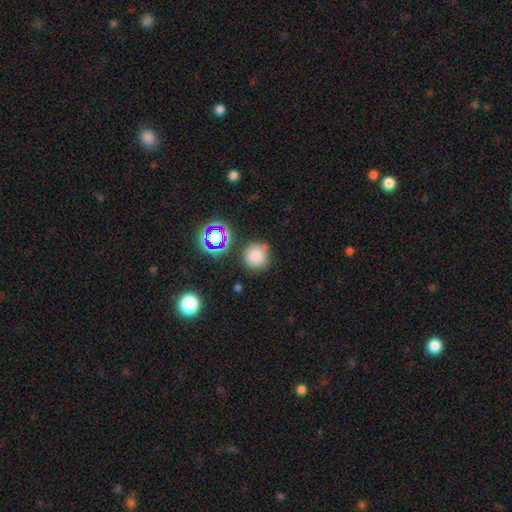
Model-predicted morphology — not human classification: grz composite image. It shows a smooth galaxy with no disk features (77%) that is round (92%). Merging: none (76%).